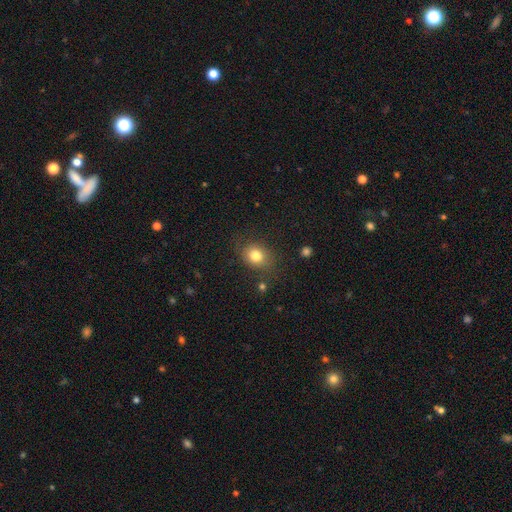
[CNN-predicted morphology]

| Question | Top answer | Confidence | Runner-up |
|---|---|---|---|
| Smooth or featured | smooth | 79% | star or artifact (11%) |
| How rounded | round | 54% | in between (45%) |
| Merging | none | 76% | minor disturbance (15%) |